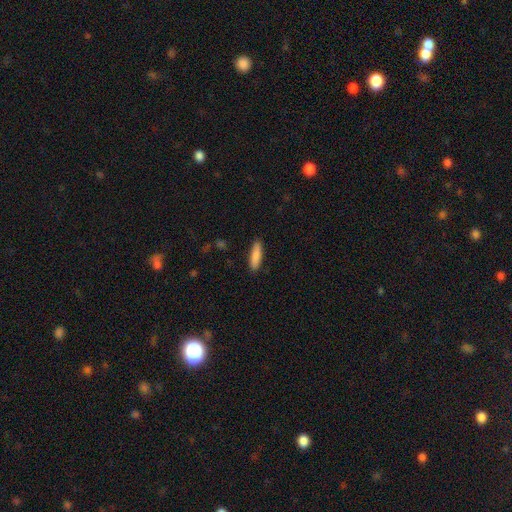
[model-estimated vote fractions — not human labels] smooth 86%, featured or disk 8%, star or artifact 6%. Down the decision tree: how rounded — cigar-shaped (66%); merging — none (89%).